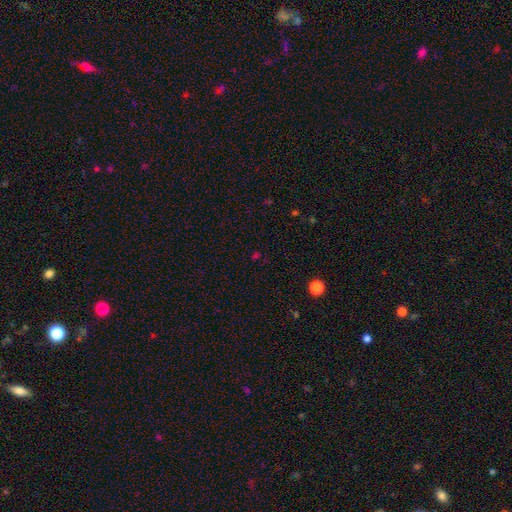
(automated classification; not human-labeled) Morphology: type=star or artifact (57%).